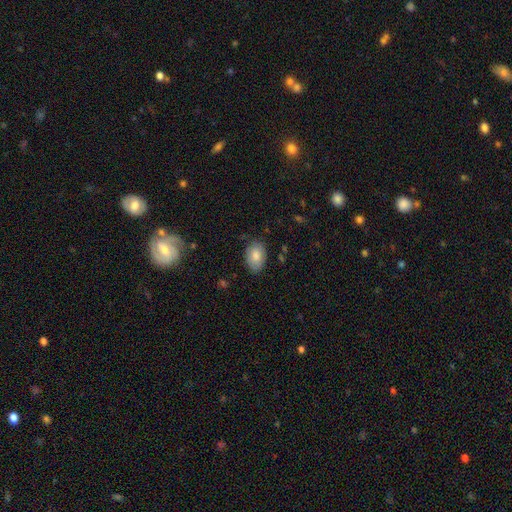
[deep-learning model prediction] smooth 84%, featured or disk 9%, star or artifact 7%. Down the decision tree: how rounded — in between (87%); merging — none (82%).